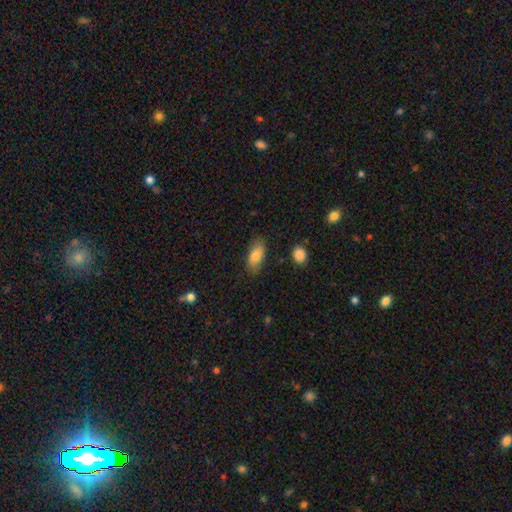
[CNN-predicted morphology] The model was most divided on "smooth or featured": smooth: 81%, featured or disk: 13%, star or artifact: 7%. More confident: how rounded — in between (89%); merging — none (82%).